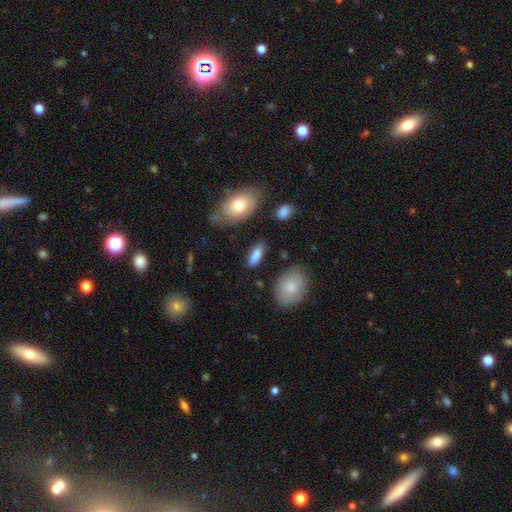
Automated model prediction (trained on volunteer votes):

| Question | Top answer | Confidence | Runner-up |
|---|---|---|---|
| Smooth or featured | smooth | 82% | featured or disk (11%) |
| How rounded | in between | 73% | cigar-shaped (23%) |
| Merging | none | 80% | minor disturbance (13%) |